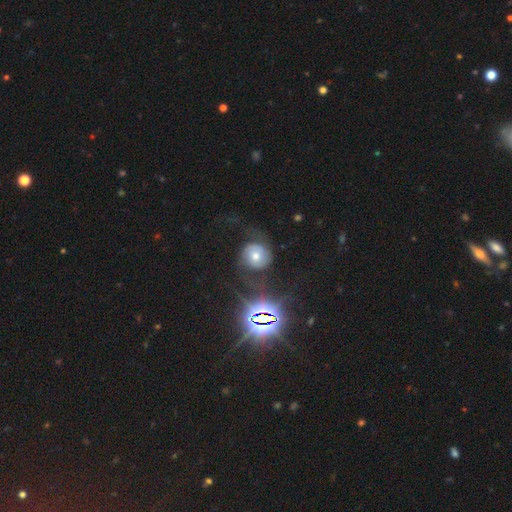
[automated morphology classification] This is possibly a featured or disk galaxy (49%). Merging: possibly none (57%).